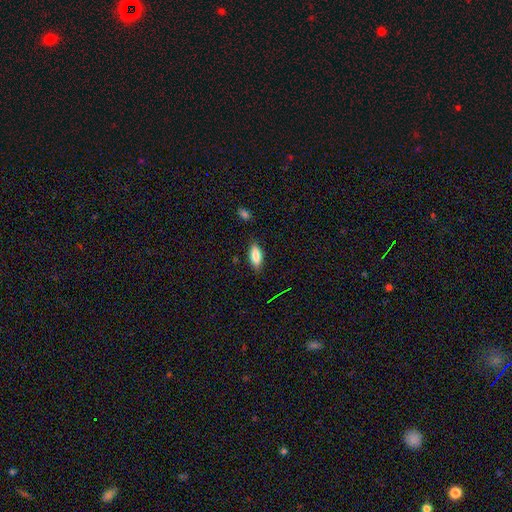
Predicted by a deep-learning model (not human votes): smooth-or-featured: smooth: 82% | featured or disk: 10% | star or artifact: 8%
  how-rounded: in between: 76% | cigar-shaped: 22% | round: 2%
  merging: none: 83% | minor disturbance: 13% | major disturbance: 3% | merger: 2%